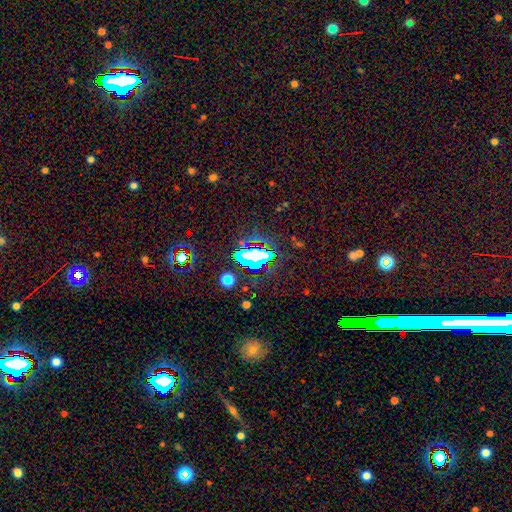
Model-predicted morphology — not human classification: Overall: star or artifact (63%; smooth 24%).